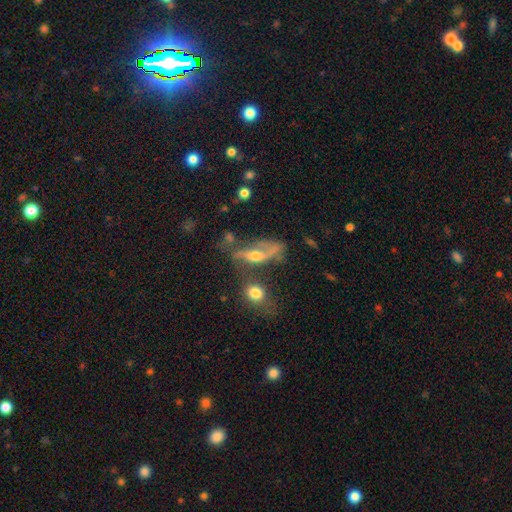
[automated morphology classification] Smooth or featured?
  - featured or disk: 66% *
  - smooth: 24%
  - star or artifact: 10%
Edge-on disk?
  - no: 72% *
  - yes: 28%
Merging?
  - none: 36% *
  - major disturbance: 25%
  - minor disturbance: 19%
  - merger: 19%